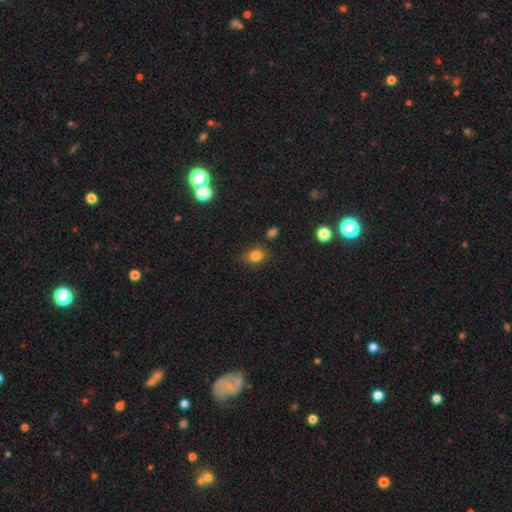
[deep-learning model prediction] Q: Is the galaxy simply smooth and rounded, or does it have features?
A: smooth — 81%.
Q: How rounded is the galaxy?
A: round — 55%.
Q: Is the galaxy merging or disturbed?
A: none — 81%.